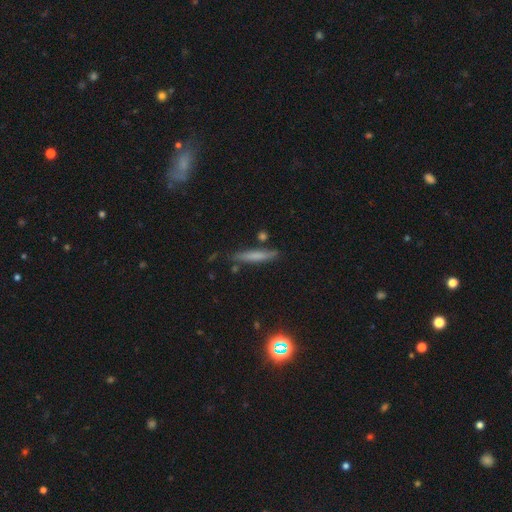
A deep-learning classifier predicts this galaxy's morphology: Smooth or featured? smooth (63%)
How rounded? cigar-shaped (91%)
Merging? none (79%)